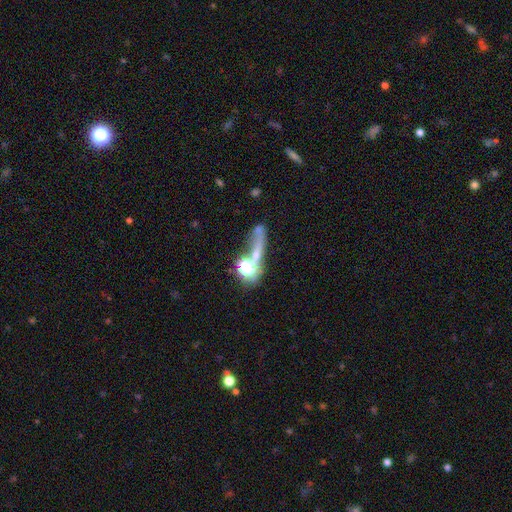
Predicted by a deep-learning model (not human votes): Smooth or featured?
  - smooth: 41% *
  - star or artifact: 33%
  - featured or disk: 27%
Merging?
  - none: 43% *
  - merger: 27%
  - major disturbance: 18%
  - minor disturbance: 13%